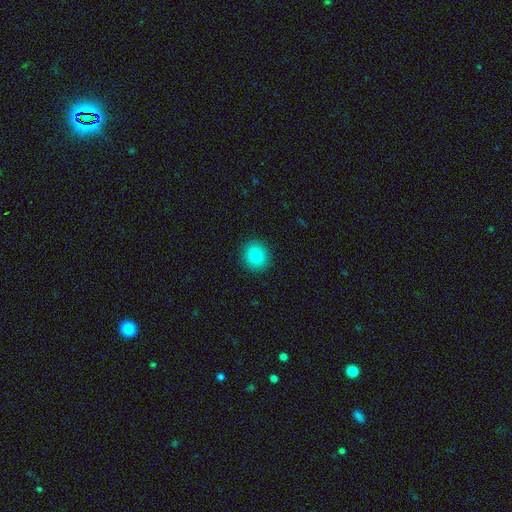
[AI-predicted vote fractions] Smooth or featured? Predicted: smooth (p=0.83). How rounded? Predicted: round (p=0.81). Merging? Predicted: none (p=0.91).